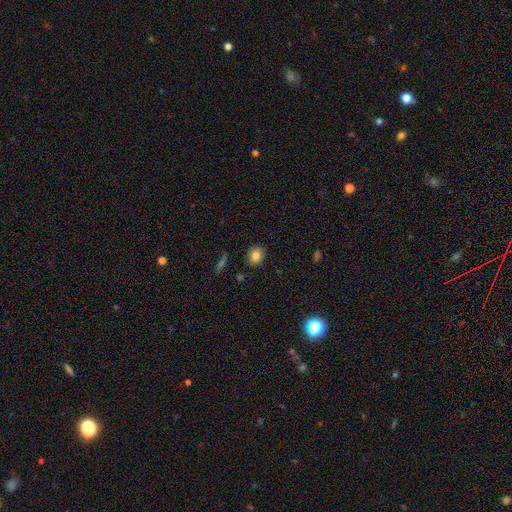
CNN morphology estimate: This is clearly a smooth galaxy (83%). How rounded: possibly round (58%). Merging: clearly none (86%).